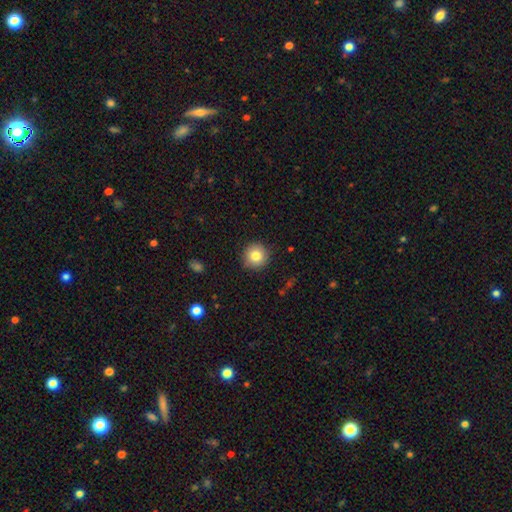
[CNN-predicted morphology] smooth_or_featured: smooth (p=0.82) [alt: star or artifact p=0.09]
how_rounded: round (p=0.95) [alt: in between p=0.05]
merging: none (p=0.89) [alt: minor disturbance p=0.08]